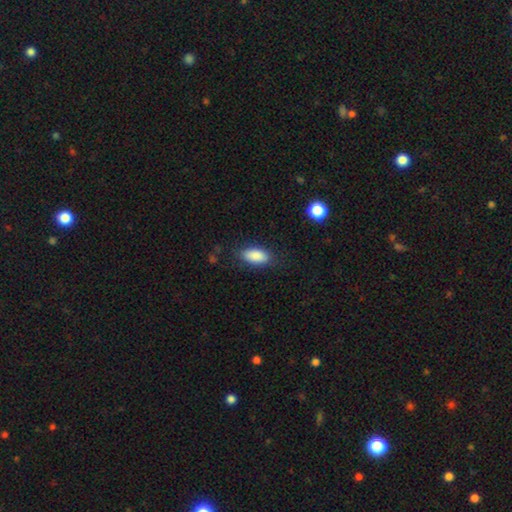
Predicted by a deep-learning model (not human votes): Smooth or featured: smooth — 88% (star or artifact — 7%)
How rounded: in between — 89% (cigar-shaped — 8%)
Merging: none — 83% (minor disturbance — 12%)